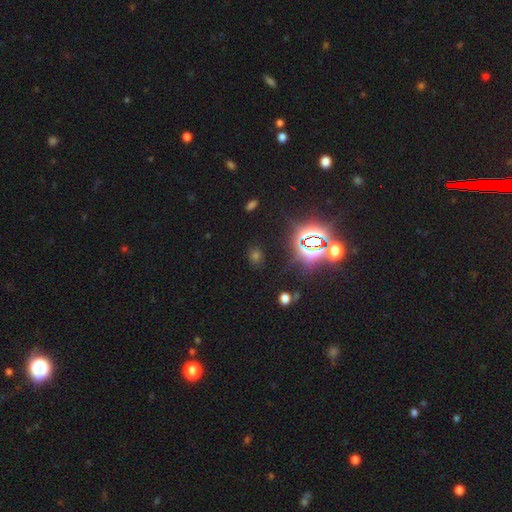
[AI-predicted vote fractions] A star or artifact, not a galaxy (58%).